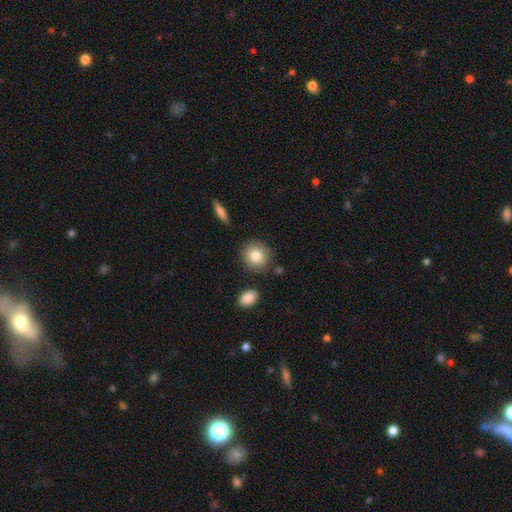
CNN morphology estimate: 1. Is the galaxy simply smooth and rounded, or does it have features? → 82% smooth, 11% featured or disk, 8% star or artifact.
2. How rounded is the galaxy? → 82% round, 16% in between, 1% cigar-shaped.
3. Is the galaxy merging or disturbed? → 82% none, 10% minor disturbance, 5% merger, 3% major disturbance.